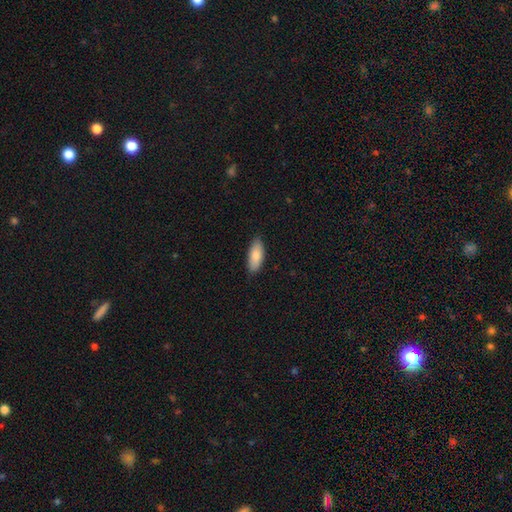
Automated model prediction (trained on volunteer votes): smooth_or_featured: smooth (p=0.84) [alt: featured or disk p=0.10]
how_rounded: in between (p=0.81) [alt: cigar-shaped p=0.17]
merging: none (p=0.85) [alt: minor disturbance p=0.12]